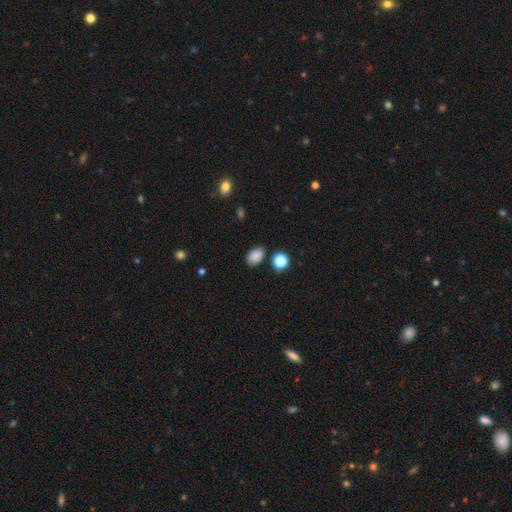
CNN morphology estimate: Overall: smooth (85%). How rounded: in between (85%). Merging: none (79%).